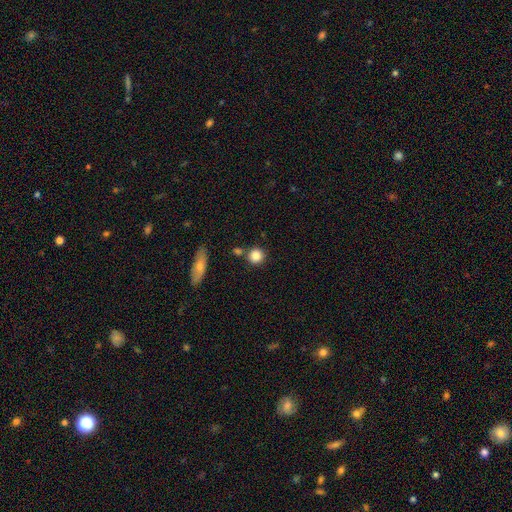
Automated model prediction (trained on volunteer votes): This is clearly a smooth galaxy (85%). How rounded: clearly round (91%). Merging: likely none (78%).